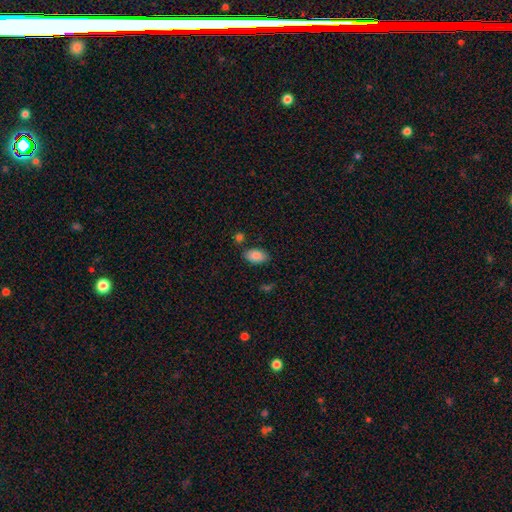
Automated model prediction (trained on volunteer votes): This appears to be a smooth galaxy with no disk features (88%) that is in between round and cigar-shaped (93%). Merging: none (79%).